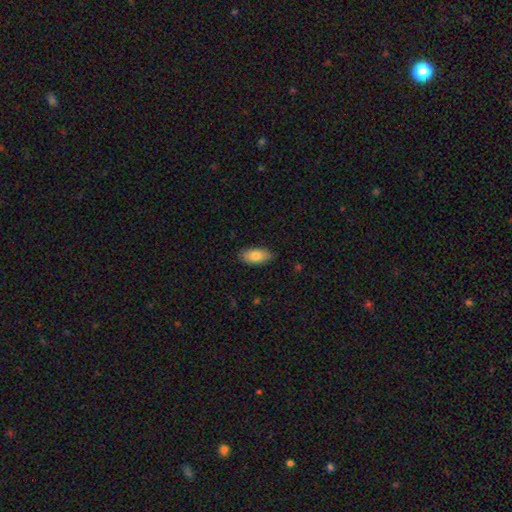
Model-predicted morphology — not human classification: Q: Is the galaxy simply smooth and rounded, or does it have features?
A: smooth — 82%.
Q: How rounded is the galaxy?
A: in between — 92%.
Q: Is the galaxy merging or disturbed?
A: none — 84%.